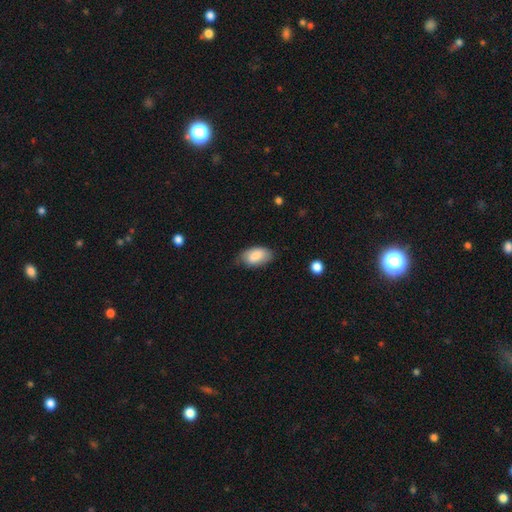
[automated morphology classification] Overall: smooth (84%). How rounded: in between (94%). Merging: none (63%; minor disturbance 30%).